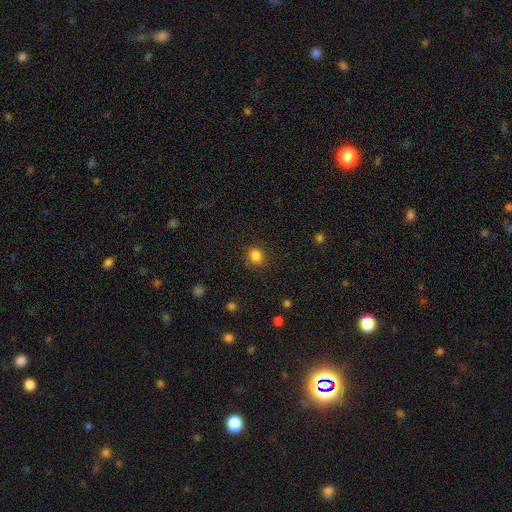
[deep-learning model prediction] smooth_or_featured: smooth (p=0.84) [alt: star or artifact p=0.12]
how_rounded: round (p=0.73) [alt: in between p=0.26]
merging: none (p=0.86) [alt: minor disturbance p=0.09]